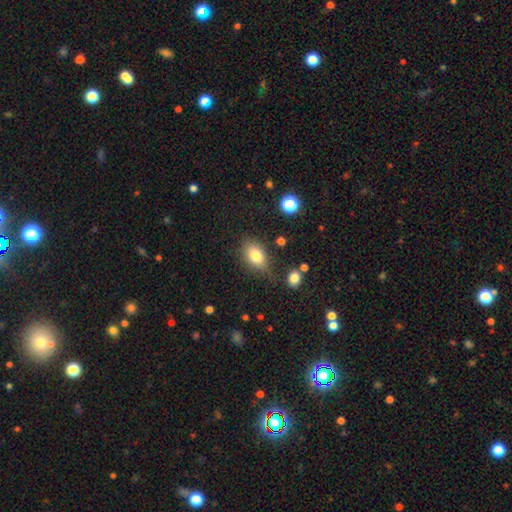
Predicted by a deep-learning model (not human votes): Smooth or featured? Predicted: smooth (p=0.80). How rounded? Predicted: in between (p=0.81). Merging? Predicted: none (p=0.70).